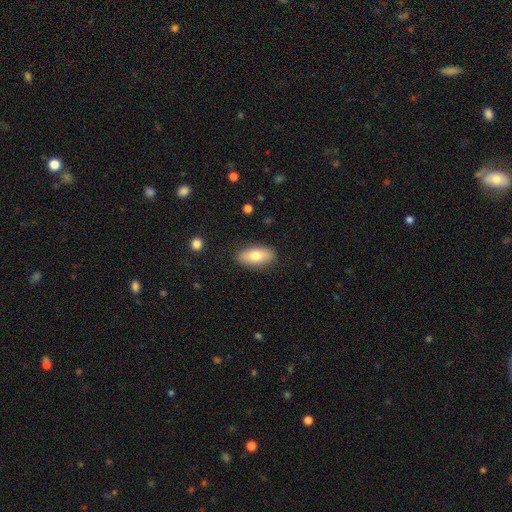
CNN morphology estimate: smooth_or_featured: smooth (p=0.75) [alt: featured or disk p=0.19]
how_rounded: in between (p=0.89) [alt: cigar-shaped p=0.08]
merging: none (p=0.86) [alt: minor disturbance p=0.11]